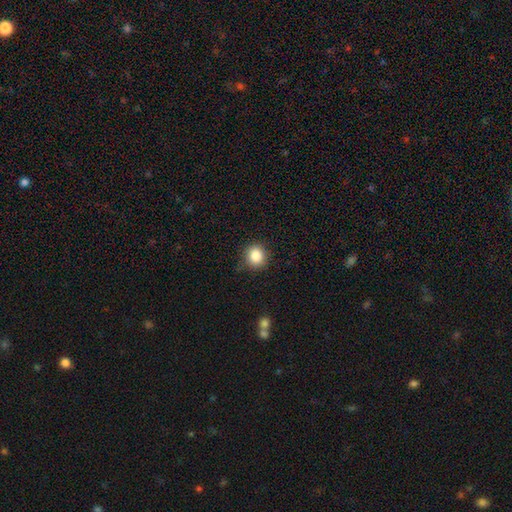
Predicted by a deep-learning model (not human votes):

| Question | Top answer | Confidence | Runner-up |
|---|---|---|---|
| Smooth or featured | smooth | 85% | star or artifact (10%) |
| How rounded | round | 88% | in between (11%) |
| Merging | none | 87% | minor disturbance (9%) |